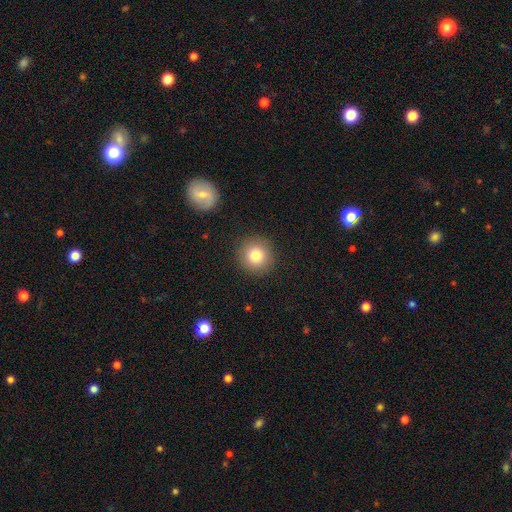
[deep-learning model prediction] Smooth or featured: smooth — 81% (star or artifact — 11%)
How rounded: round — 93% (in between — 6%)
Merging: none — 90% (minor disturbance — 6%)